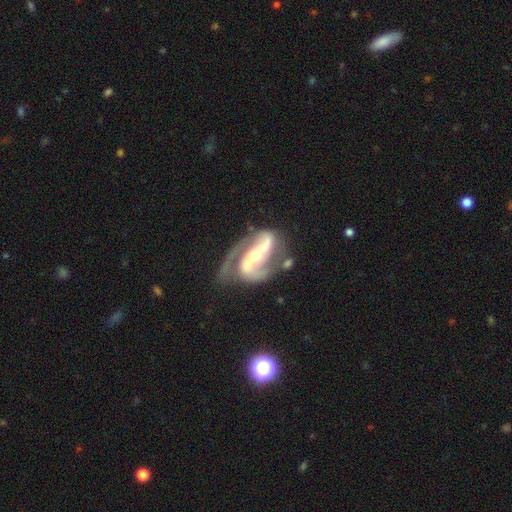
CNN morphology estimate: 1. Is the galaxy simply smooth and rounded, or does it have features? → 90% featured or disk, 5% star or artifact, 5% smooth.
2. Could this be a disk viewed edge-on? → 96% no, 4% yes.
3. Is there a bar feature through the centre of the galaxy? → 58% strong, 25% weak, 17% no.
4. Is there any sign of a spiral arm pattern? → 97% yes, 3% no.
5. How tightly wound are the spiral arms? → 54% medium, 24% loose, 22% tight.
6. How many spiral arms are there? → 91% 2, 3% 1, 3% can't tell, 2% 3, 1% 4, 1% more than 4.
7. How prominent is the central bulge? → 52% moderate, 38% small, 6% large, 2% none, 1% dominant.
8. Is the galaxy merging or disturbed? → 57% none, 21% minor disturbance, 16% major disturbance, 7% merger.